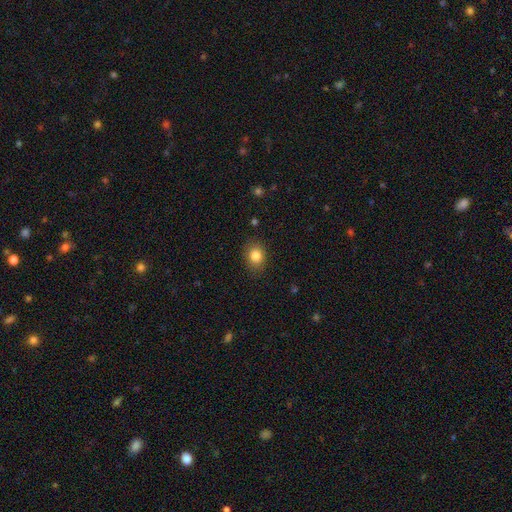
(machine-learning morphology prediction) This is clearly a smooth galaxy (84%). How rounded: possibly round (53%). Merging: clearly none (84%).